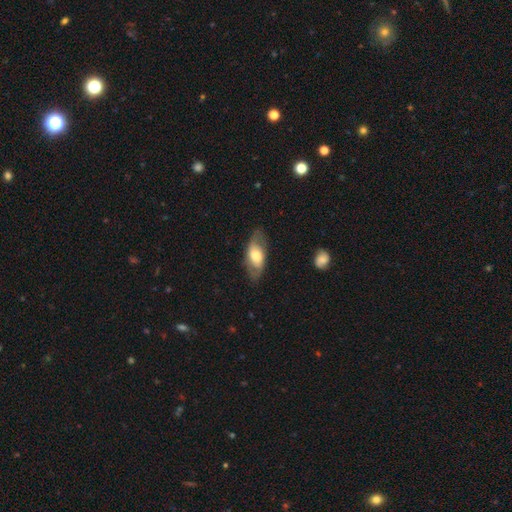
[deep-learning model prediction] The model was most divided on "smooth or featured": smooth: 52%, featured or disk: 42%, star or artifact: 6%. More confident: how rounded — in between (85%); merging — none (75%).